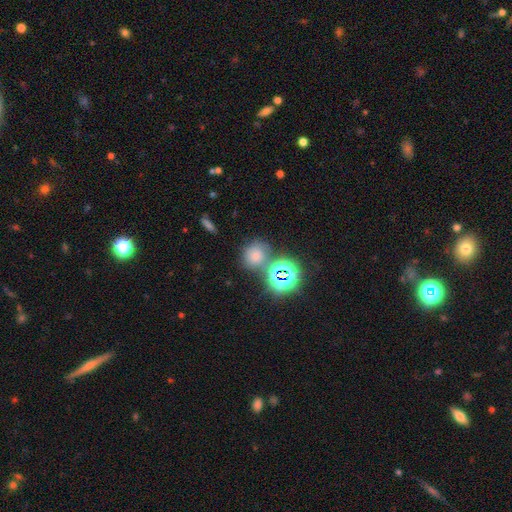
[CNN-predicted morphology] Smooth or featured? smooth (62%)
How rounded? round (75%)
Merging? none (61%)